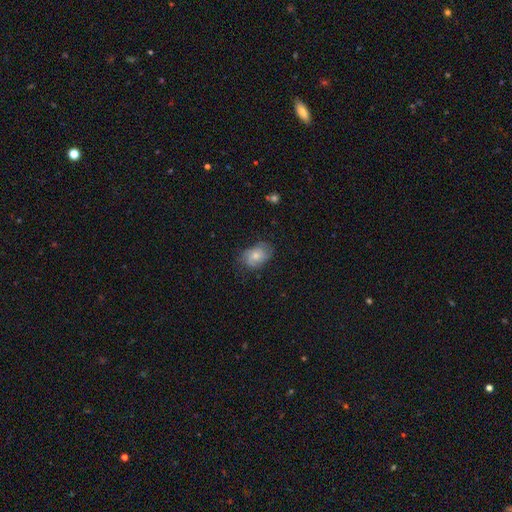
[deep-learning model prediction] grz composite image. It shows a smooth galaxy with no disk features (56%) that is in between round and cigar-shaped (78%). Merging: none (62%).